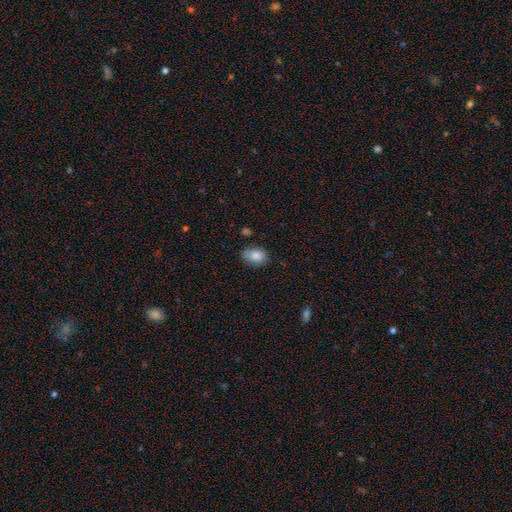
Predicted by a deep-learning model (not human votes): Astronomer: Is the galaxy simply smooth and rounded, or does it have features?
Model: smooth — 85%.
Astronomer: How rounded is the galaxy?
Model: in between — 81%.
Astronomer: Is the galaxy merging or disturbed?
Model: none — 70%.